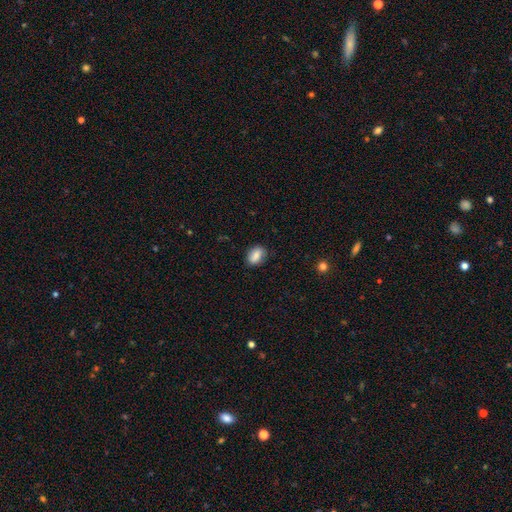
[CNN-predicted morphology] The model was most divided on "how rounded": in between: 76%, round: 22%, cigar-shaped: 2%. More confident: smooth or featured — smooth (82%); merging — none (82%).